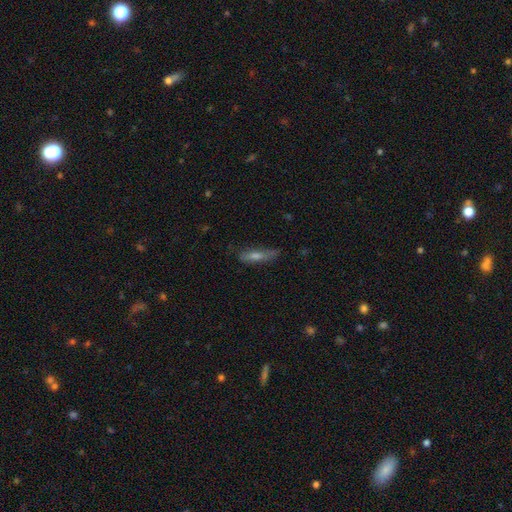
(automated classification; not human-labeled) This is possibly a smooth galaxy (52%). How rounded: likely cigar-shaped (71%). Merging: likely none (67%).